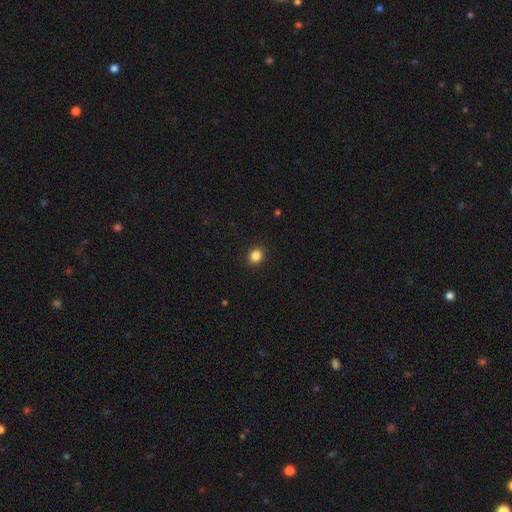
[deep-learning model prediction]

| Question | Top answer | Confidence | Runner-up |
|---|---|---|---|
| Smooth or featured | smooth | 86% | star or artifact (11%) |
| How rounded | round | 68% | in between (31%) |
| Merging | none | 91% | minor disturbance (6%) |